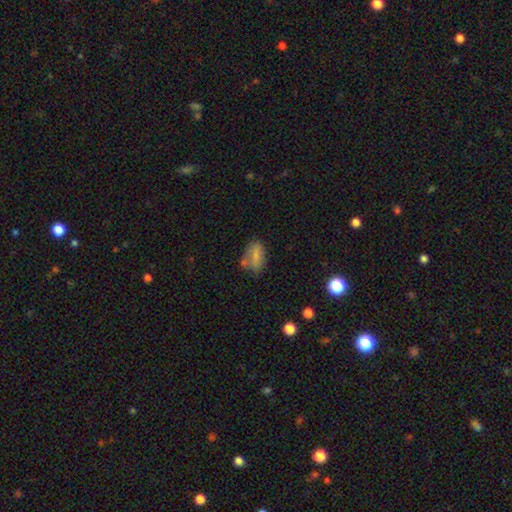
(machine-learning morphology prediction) This is likely a smooth galaxy (73%). How rounded: clearly in between (85%). Merging: possibly none (56%).